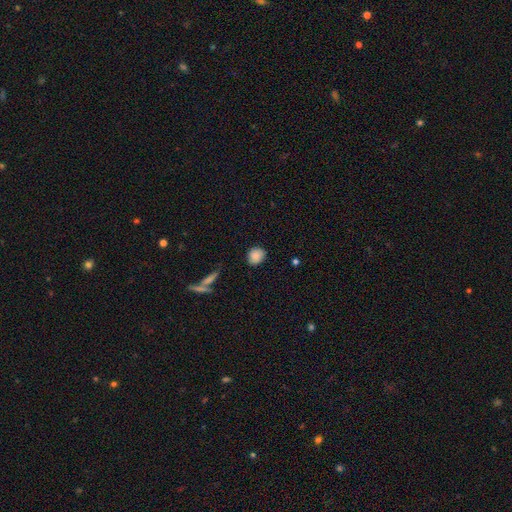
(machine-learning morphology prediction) Smooth or featured?
  - smooth: 84% *
  - star or artifact: 9%
  - featured or disk: 7%
How rounded?
  - round: 67% *
  - in between: 31%
  - cigar-shaped: 2%
Merging?
  - none: 78% *
  - minor disturbance: 16%
  - major disturbance: 3%
  - merger: 2%